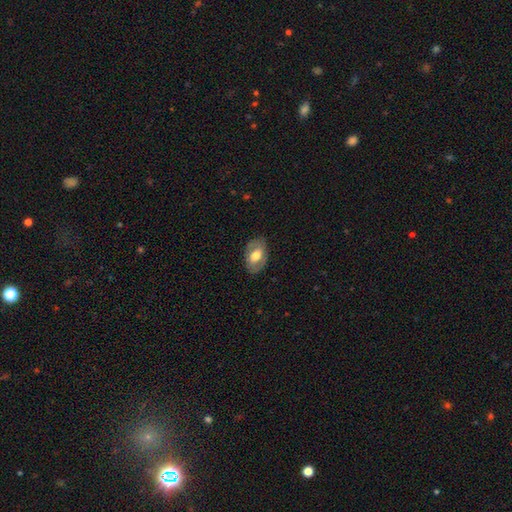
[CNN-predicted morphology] Smooth or featured? Predicted: featured or disk (p=0.48). Merging? Predicted: none (p=0.81).